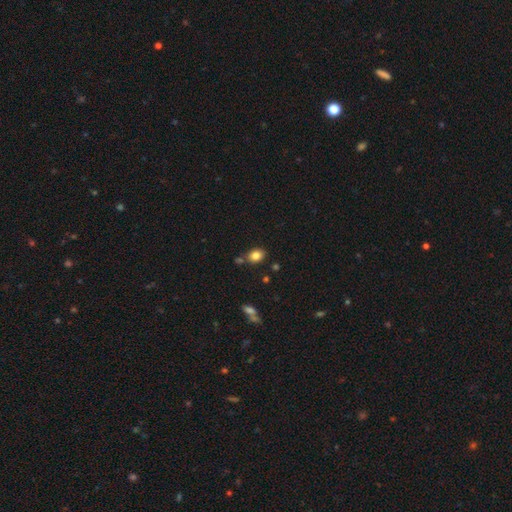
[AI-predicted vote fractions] This appears to be a smooth galaxy with no disk features (82%) that is in between round and cigar-shaped (65%). Merging: none (73%).